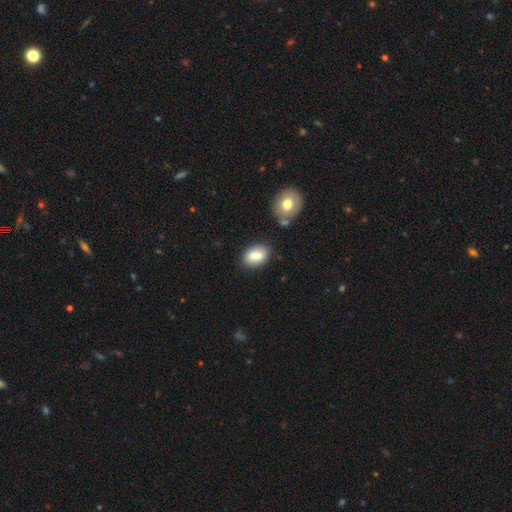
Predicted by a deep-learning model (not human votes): Q: Smooth or featured?
A: smooth (84%); runner-up: featured or disk (9%)
Q: How rounded?
A: in between (86%); runner-up: round (12%)
Q: Merging?
A: none (76%); runner-up: minor disturbance (14%)